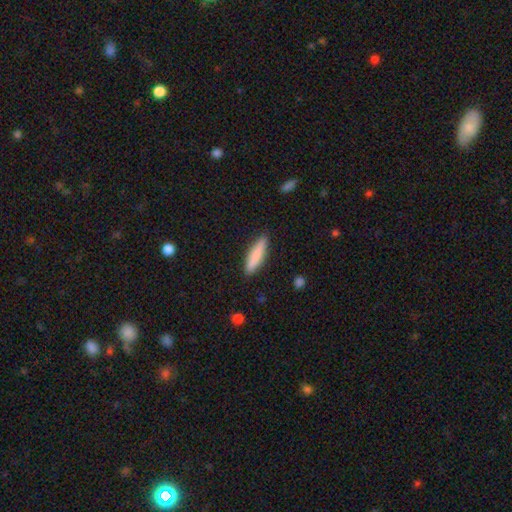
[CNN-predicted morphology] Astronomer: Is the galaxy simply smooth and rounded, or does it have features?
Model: smooth — 81%.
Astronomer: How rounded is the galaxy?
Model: cigar-shaped — 77%.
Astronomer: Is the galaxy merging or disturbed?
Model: none — 88%.